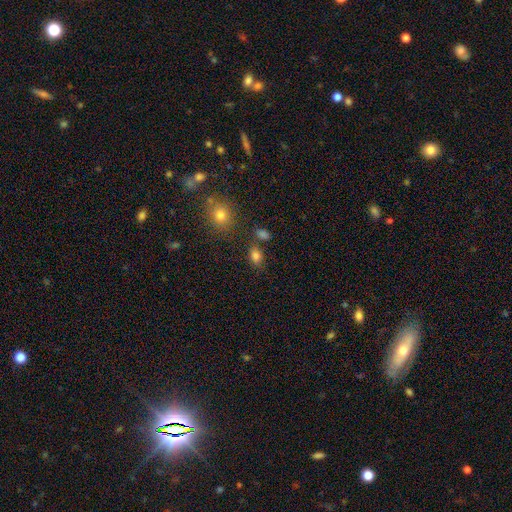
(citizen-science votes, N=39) Volunteers were most divided on "how rounded": in between: 56%, round: 42%, cigar-shaped: 3%. More confident: smooth or featured — smooth (92%); merging — none (68%).